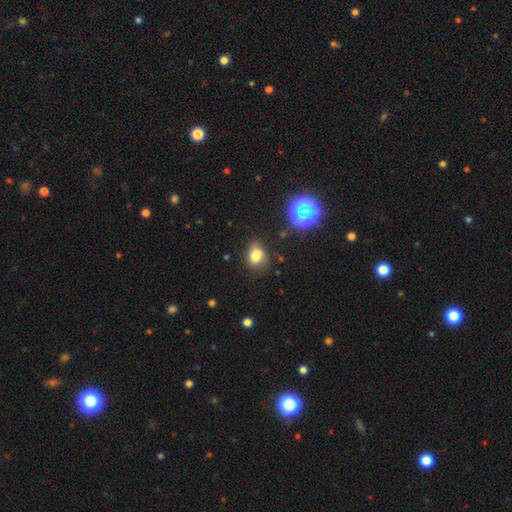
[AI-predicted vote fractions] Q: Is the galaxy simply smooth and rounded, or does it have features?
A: smooth — 69%.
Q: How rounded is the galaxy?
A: in between — 57%.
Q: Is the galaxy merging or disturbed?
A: none — 56%.